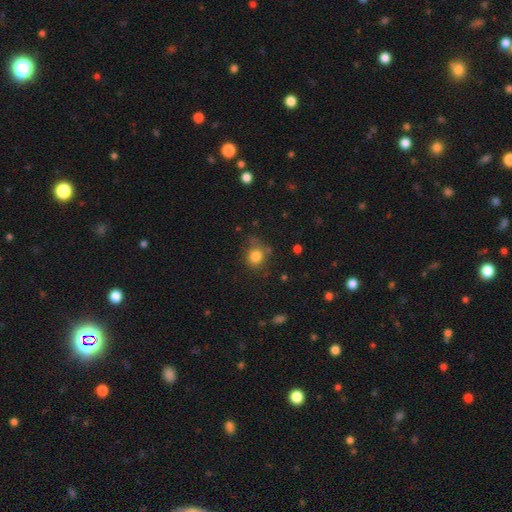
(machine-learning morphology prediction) type=smooth (82%); roundness=round (79%); merging=none (67%).